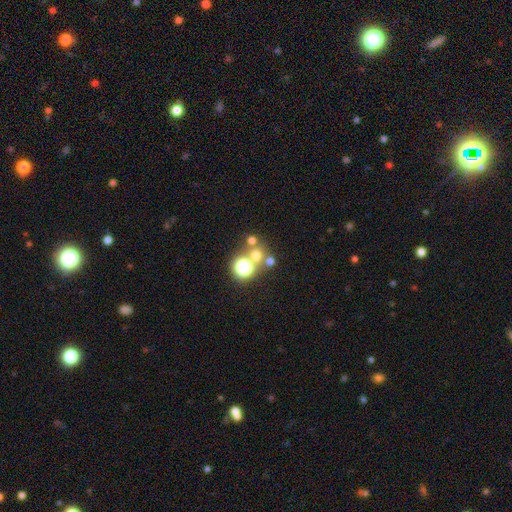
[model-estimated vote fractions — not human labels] smooth-or-featured: smooth: 57% | star or artifact: 32% | featured or disk: 11%
  how-rounded: round: 89% | in between: 10% | cigar-shaped: 1%
  merging: none: 63% | merger: 26% | minor disturbance: 7% | major disturbance: 4%